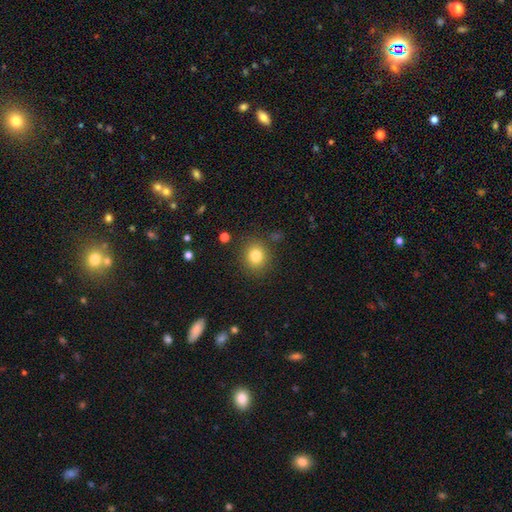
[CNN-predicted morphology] Smooth or featured: smooth — 81% (star or artifact — 12%)
How rounded: round — 83% (in between — 16%)
Merging: none — 86% (minor disturbance — 9%)